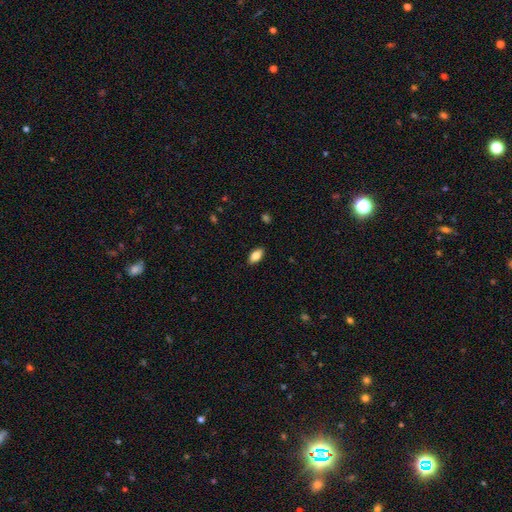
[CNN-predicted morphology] smooth_or_featured: smooth (p=0.82) [alt: featured or disk p=0.11]
how_rounded: in between (p=0.91) [alt: cigar-shaped p=0.05]
merging: none (p=0.88) [alt: minor disturbance p=0.09]